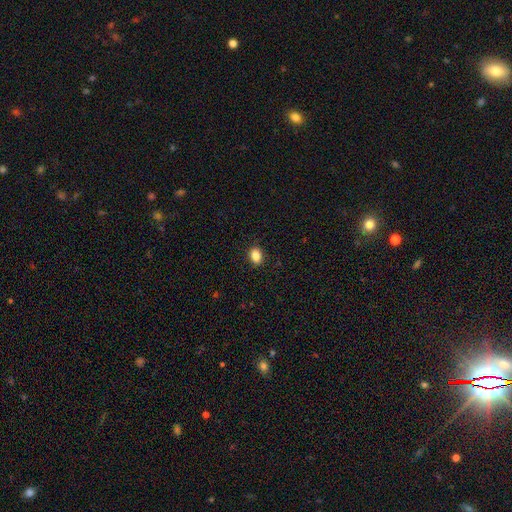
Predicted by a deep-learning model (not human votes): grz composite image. It shows a smooth galaxy with no disk features (86%) that is in between round and cigar-shaped (68%). Merging: none (89%).